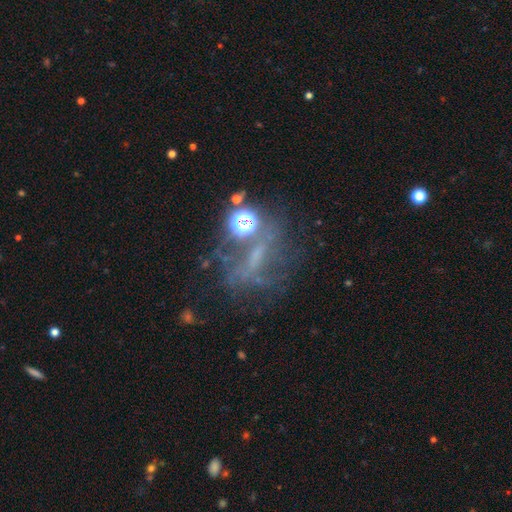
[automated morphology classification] smooth-or-featured: featured or disk: 40% (tied) | star or artifact: 40% (tied) | smooth: 19%
  merging: none: 46% | major disturbance: 29% | minor disturbance: 16% | merger: 10%